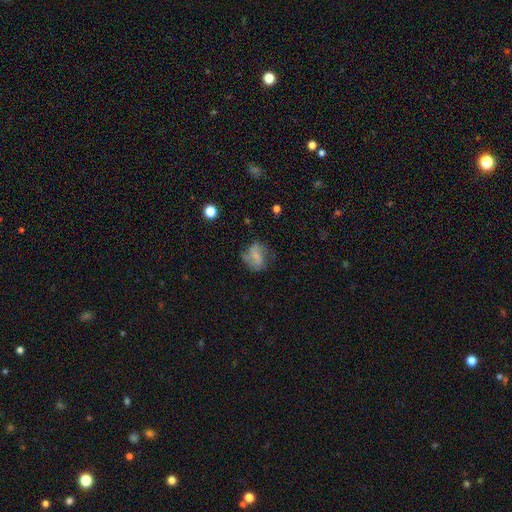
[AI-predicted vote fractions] This appears to be a featured or disk galaxy (45%). Merging: none (54%).